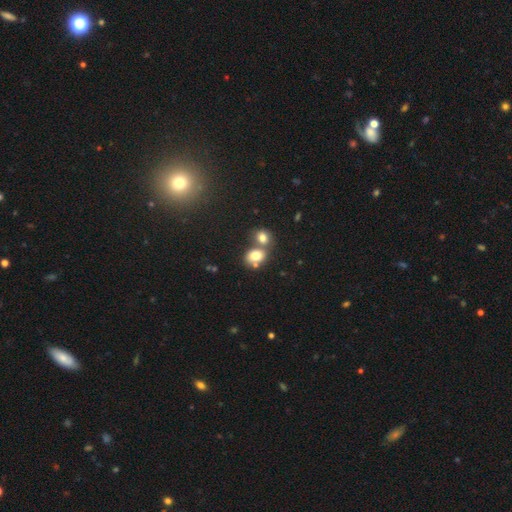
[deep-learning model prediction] A smooth galaxy with no disk features (77%) that is in between round and cigar-shaped (61%). Merging: merger (54%).